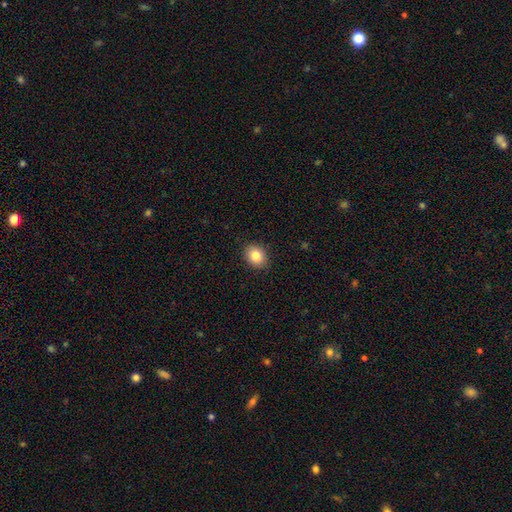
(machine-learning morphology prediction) smooth-or-featured: smooth: 84% | star or artifact: 9% | featured or disk: 7%
  how-rounded: in between: 51% | round: 48% | cigar-shaped: 1%
  merging: none: 89% | minor disturbance: 8% | major disturbance: 2% | merger: 1%